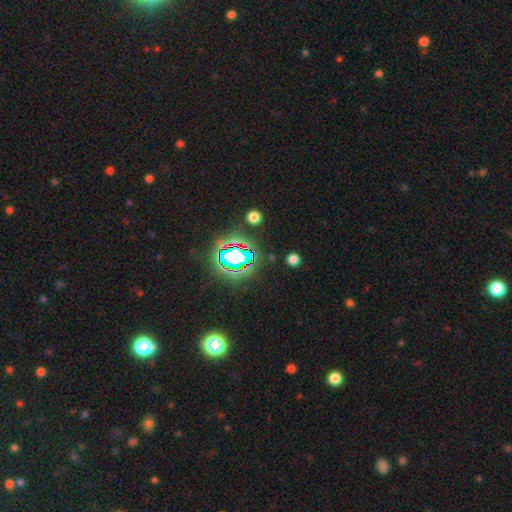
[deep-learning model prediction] The model was most divided on "smooth or featured": star or artifact: 79%, smooth: 13%, featured or disk: 8%.